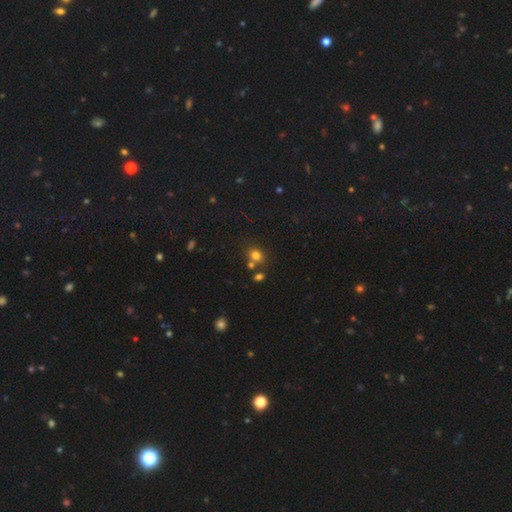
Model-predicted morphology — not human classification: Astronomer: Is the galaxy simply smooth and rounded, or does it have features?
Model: smooth — 76%.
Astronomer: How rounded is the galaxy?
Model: round — 58% (runner-up: in between, 40%).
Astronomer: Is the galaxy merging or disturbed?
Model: none — 65%.